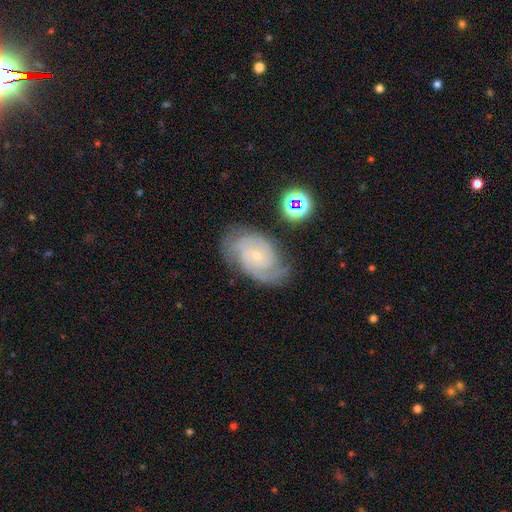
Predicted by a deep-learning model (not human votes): This is clearly a featured or disk galaxy (85%). It is clearly not viewed edge-on (97%). Bar: likely no (63%). Spiral arm pattern: clearly yes (97%). Spiral arm count: possibly 2 (55%). Spiral winding: possibly tight (59%). Central bulge: clearly small (81%). Merging: likely none (72%).